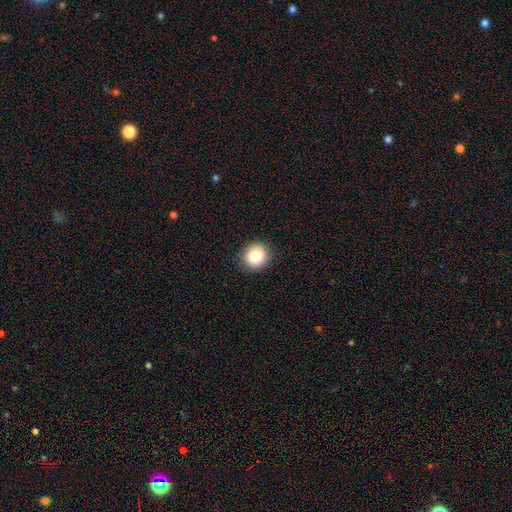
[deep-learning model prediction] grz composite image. It shows a smooth galaxy with no disk features (83%) that is round (90%). Merging: none (91%).